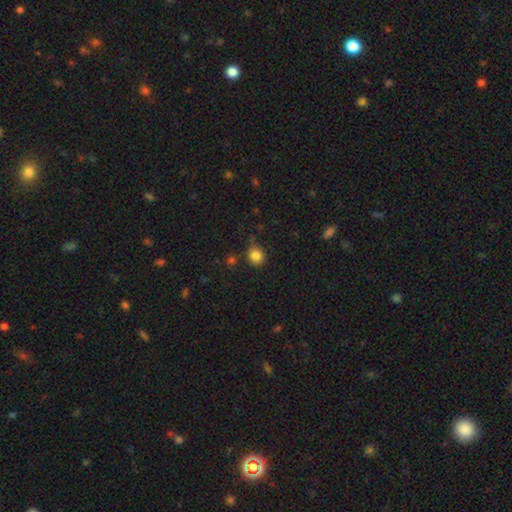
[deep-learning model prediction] Overall: smooth (84%). How rounded: round (83%). Merging: none (77%).